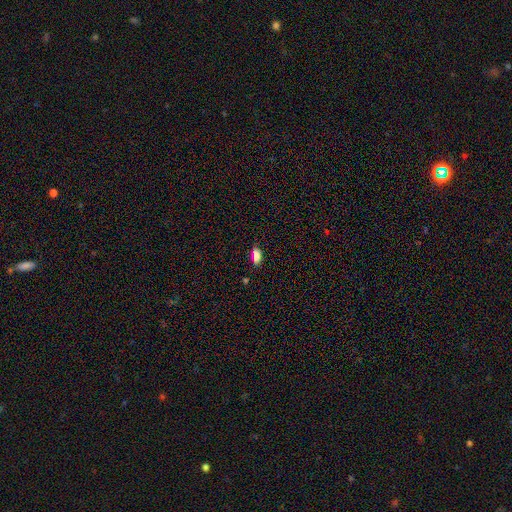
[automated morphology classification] Smooth or featured: smooth — 80% (star or artifact — 12%)
How rounded: in between — 81% (cigar-shaped — 14%)
Merging: none — 83% (minor disturbance — 12%)